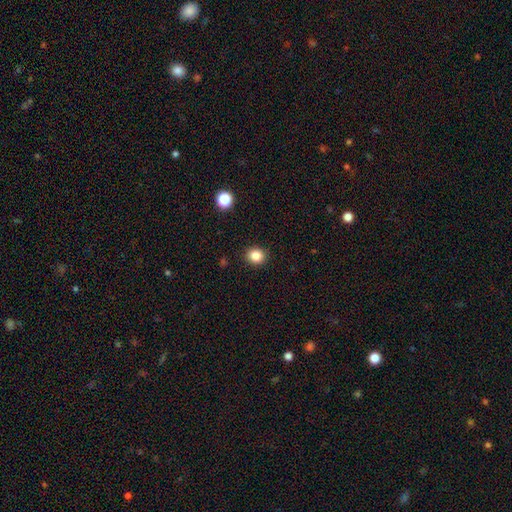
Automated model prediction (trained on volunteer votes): Smooth or featured? smooth (85%)
How rounded? round (83%)
Merging? none (91%)